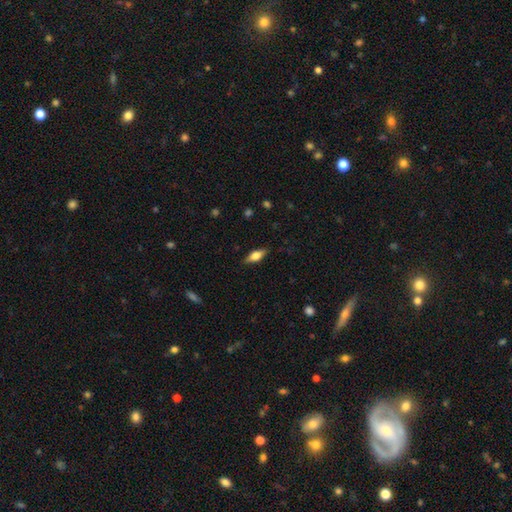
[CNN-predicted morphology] Smooth or featured? smooth (54%)
How rounded? in between (67%)
Merging? none (85%)